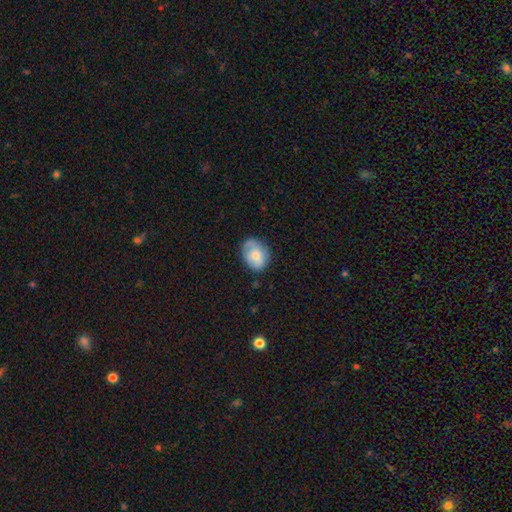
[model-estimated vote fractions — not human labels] Smooth or featured: smooth — 68% (featured or disk — 25%)
How rounded: in between — 63% (round — 35%)
Merging: none — 67% (minor disturbance — 25%)